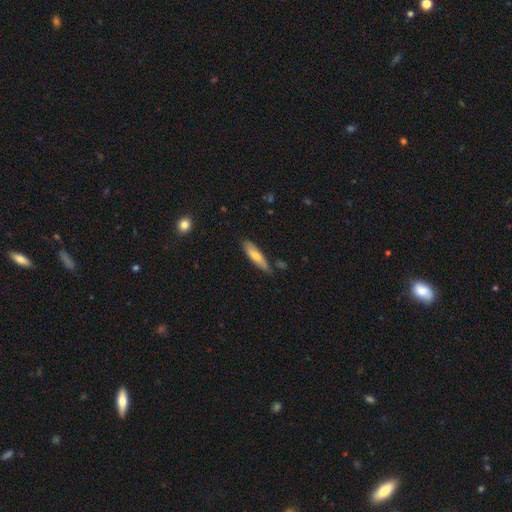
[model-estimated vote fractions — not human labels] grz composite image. It shows a smooth galaxy with no disk features (69%) that is cigar-shaped (64%). Merging: none (68%).